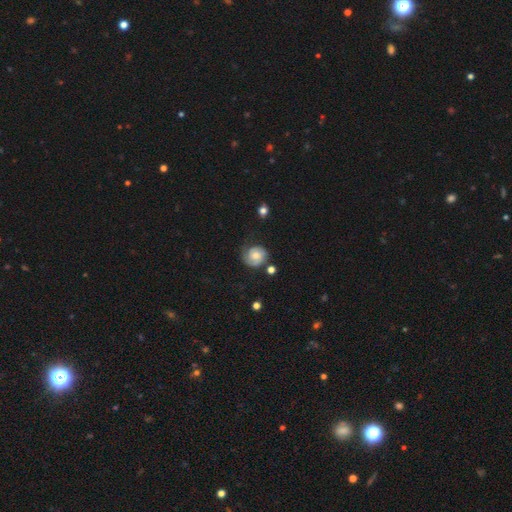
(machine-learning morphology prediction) A featured or disk galaxy (54%) with no bar (68%), spiral arms (87%) and a moderate central bulge (57%).

Vote fractions:
- Smooth or featured? featured or disk: 54% / smooth: 38% / star or artifact: 8%
- Edge-on disk? no: 98% / yes: 2%
- Bar? no: 68% / weak: 27% / strong: 4%
- Spiral arms? yes: 87% / no: 13%
- Bulge size? moderate: 57% / small: 30% / large: 7% / none: 4% / dominant: 1%
- Merging? none: 65% / minor disturbance: 23% / major disturbance: 9% / merger: 3%